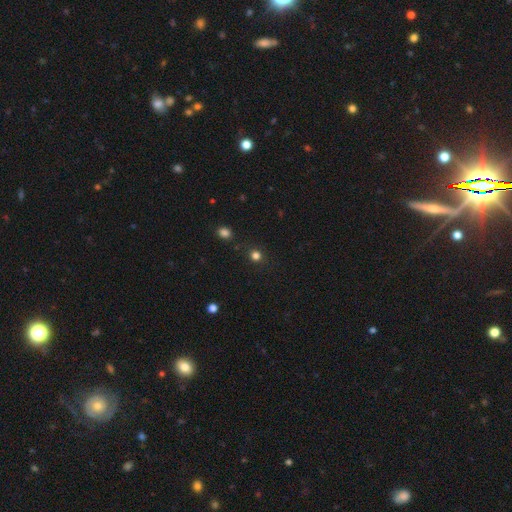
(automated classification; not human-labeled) smooth 77%, star or artifact 19%, featured or disk 4%. Down the decision tree: how rounded — round (90%); merging — none (87%).